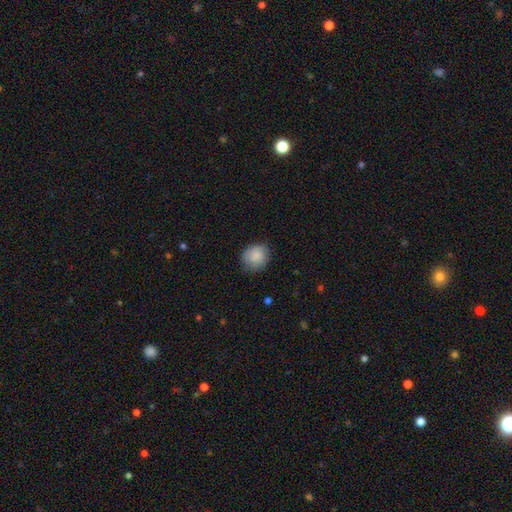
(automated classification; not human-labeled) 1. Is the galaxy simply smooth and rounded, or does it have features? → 87% smooth, 7% star or artifact, 6% featured or disk.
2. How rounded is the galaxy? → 77% round, 22% in between, 1% cigar-shaped.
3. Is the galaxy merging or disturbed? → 77% none, 18% minor disturbance, 4% major disturbance, 1% merger.